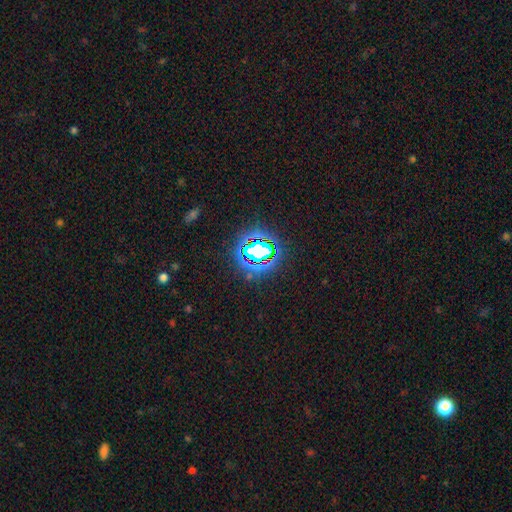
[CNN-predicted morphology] star or artifact 75%, smooth 15%, featured or disk 10%.